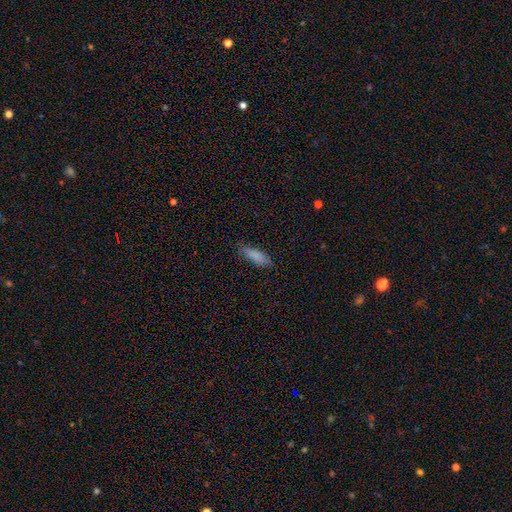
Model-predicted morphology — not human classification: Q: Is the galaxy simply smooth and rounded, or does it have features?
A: smooth — 84%.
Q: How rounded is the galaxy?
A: cigar-shaped — 50%.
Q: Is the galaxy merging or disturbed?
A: none — 83%.